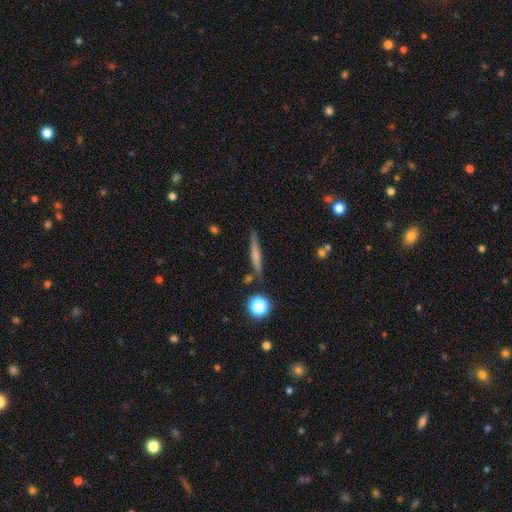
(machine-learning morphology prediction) This is possibly a smooth galaxy (56%). How rounded: clearly cigar-shaped (91%). Merging: clearly none (83%).